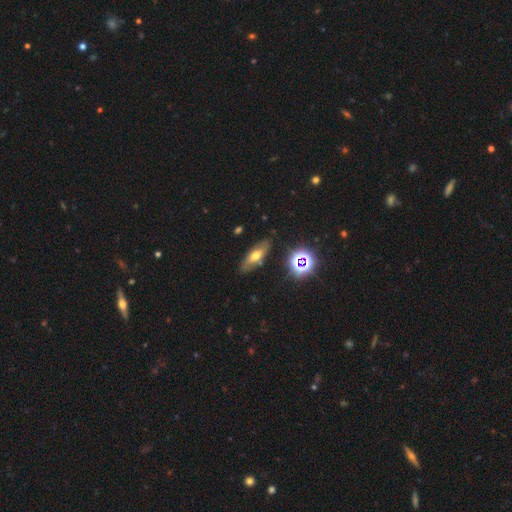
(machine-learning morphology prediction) A smooth galaxy with no disk features (45%). Merging: none (79%).